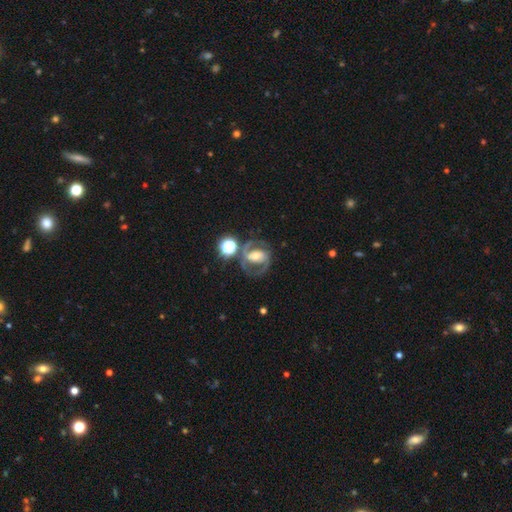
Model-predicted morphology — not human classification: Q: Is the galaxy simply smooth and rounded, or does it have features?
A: featured or disk — 85%.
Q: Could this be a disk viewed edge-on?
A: no — 97%.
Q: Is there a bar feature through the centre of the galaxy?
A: strong — 38%.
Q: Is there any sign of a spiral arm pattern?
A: yes — 95%.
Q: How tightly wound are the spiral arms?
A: medium — 59%.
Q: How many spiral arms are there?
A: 2 — 90%.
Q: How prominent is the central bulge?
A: moderate — 58%.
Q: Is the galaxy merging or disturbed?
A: none — 68%.